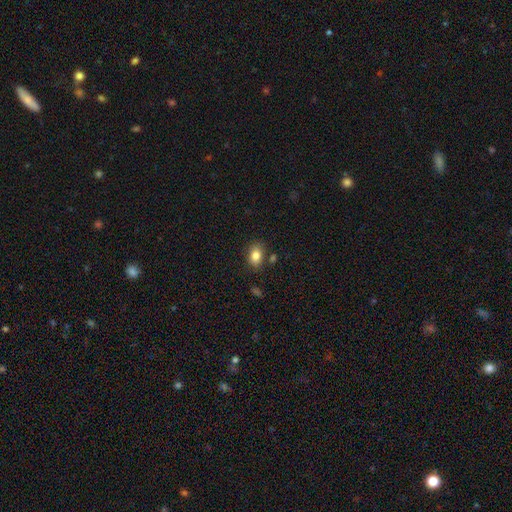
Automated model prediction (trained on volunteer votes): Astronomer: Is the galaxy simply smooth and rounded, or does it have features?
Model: smooth — 83%.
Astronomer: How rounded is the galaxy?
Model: in between — 77%.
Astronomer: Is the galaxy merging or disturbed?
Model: none — 80%.